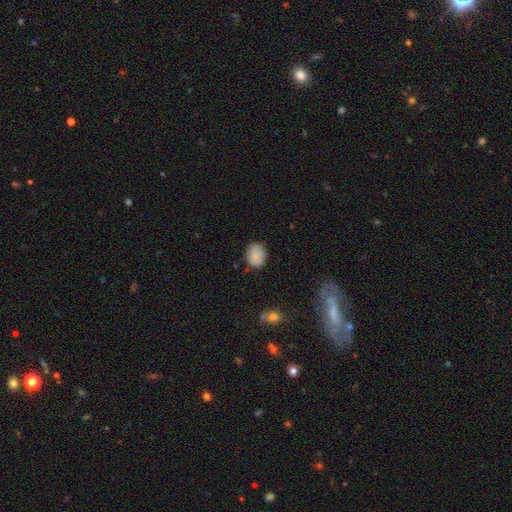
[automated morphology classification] Smooth or featured?
  - smooth: 82% *
  - featured or disk: 9%
  - star or artifact: 9%
How rounded?
  - round: 55% *
  - in between: 43%
  - cigar-shaped: 1%
Merging?
  - none: 78% *
  - minor disturbance: 17%
  - major disturbance: 4%
  - merger: 2%